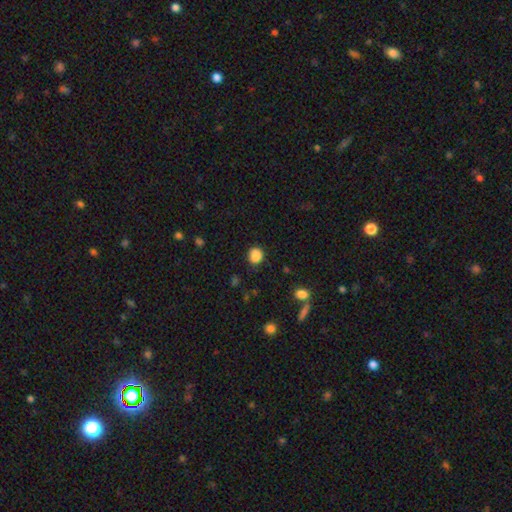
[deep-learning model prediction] Smooth or featured?
  - smooth: 86% *
  - star or artifact: 10%
  - featured or disk: 4%
How rounded?
  - round: 67% *
  - in between: 32%
  - cigar-shaped: 1%
Merging?
  - none: 77% *
  - minor disturbance: 16%
  - major disturbance: 4%
  - merger: 3%